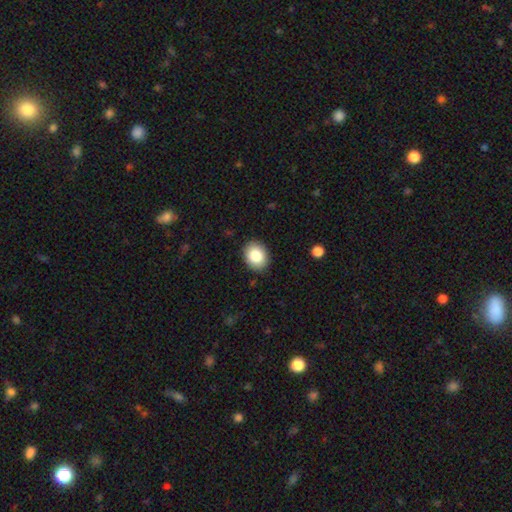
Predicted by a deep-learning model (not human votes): smooth-or-featured: smooth: 84% | star or artifact: 8% | featured or disk: 8%
  how-rounded: in between: 53% | round: 47% | cigar-shaped: 1%
  merging: none: 89% | minor disturbance: 8% | major disturbance: 2% | merger: 1%